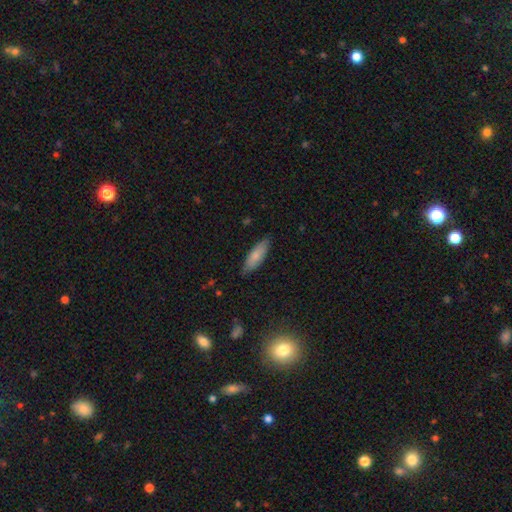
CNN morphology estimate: smooth 81%, featured or disk 13%, star or artifact 6%. Down the decision tree: how rounded — in between (53%); merging — none (85%).